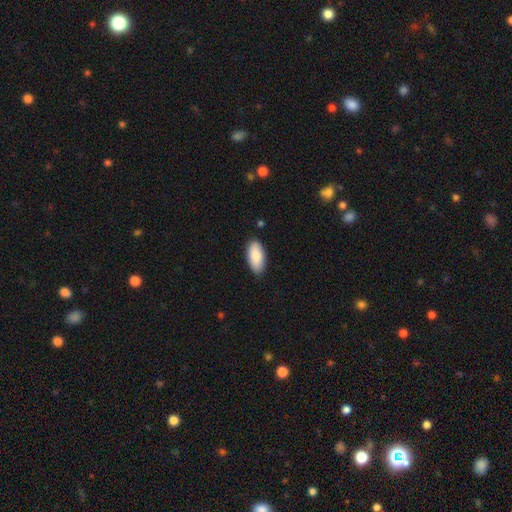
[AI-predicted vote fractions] smooth 87%, featured or disk 8%, star or artifact 6%. Down the decision tree: how rounded — in between (91%); merging — none (86%).